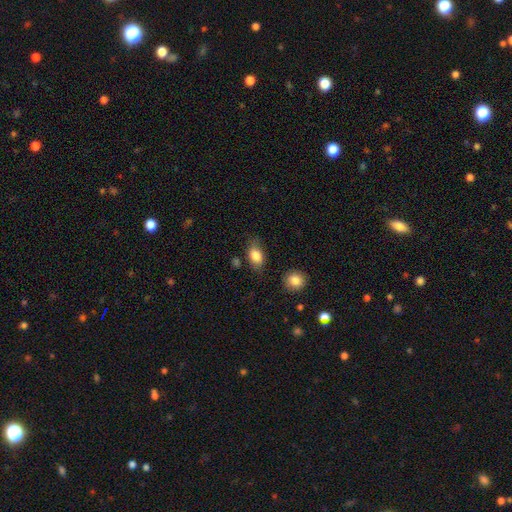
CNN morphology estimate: Overall: smooth (83%). How rounded: in between (85%). Merging: none (73%).